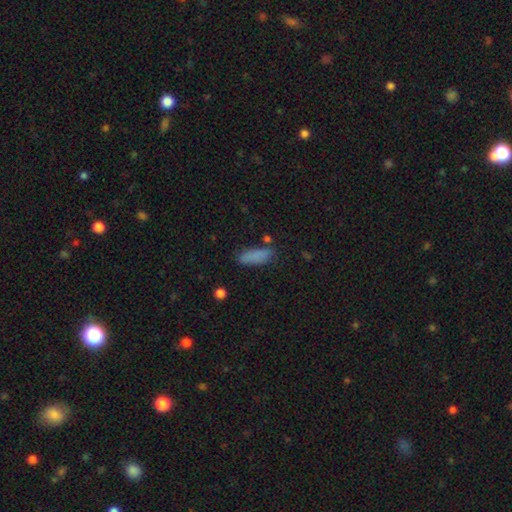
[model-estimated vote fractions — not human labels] Morphology: type=smooth (84%); roundness=in between (57%); merging=none (78%).